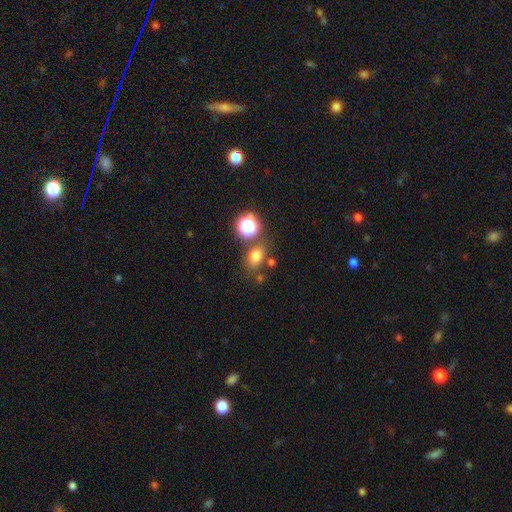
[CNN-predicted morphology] smooth 72%, star or artifact 19%, featured or disk 9%. Down the decision tree: how rounded — in between (55%); merging — none (71%).